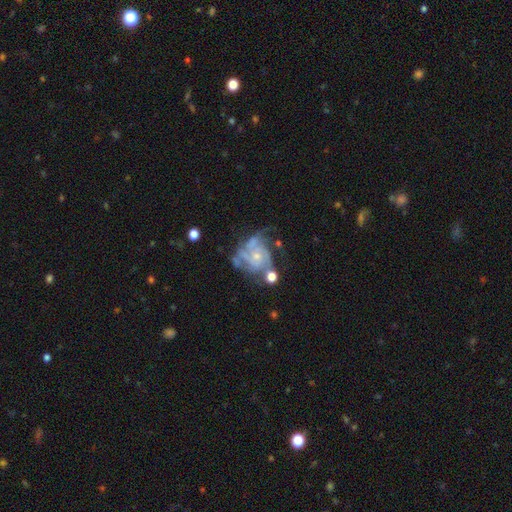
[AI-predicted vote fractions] Morphology: type=featured or disk (80%); edge-on=no (98%); bar=no (78%); spiral arms=yes (86%); winding=tight (46%); arm count=can't tell (33%); bulge=small (71%); merging=none (40%).